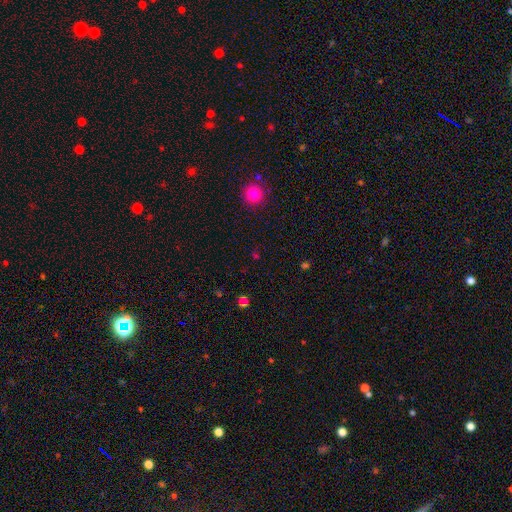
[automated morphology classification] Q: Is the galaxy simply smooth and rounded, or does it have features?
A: star or artifact — 48%.